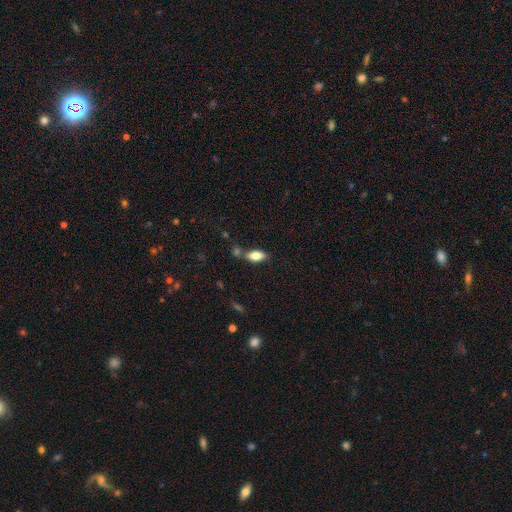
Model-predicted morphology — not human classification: Smooth or featured? smooth (81%)
How rounded? in between (88%)
Merging? none (65%)